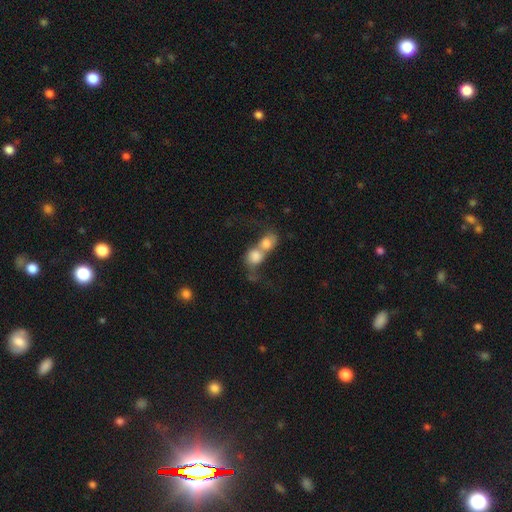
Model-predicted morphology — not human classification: Smooth or featured? smooth (71%)
How rounded? round (59%)
Merging? merger (81%)